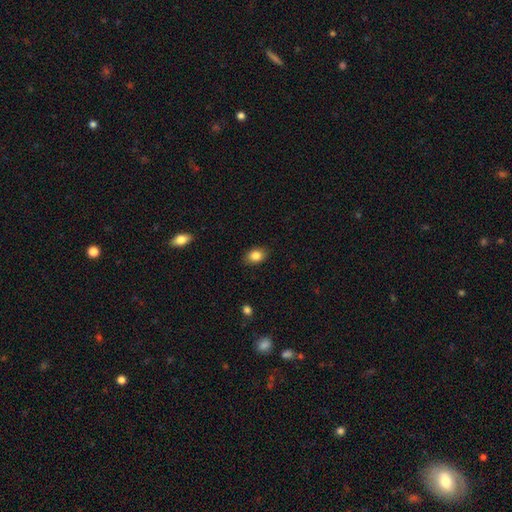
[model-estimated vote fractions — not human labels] Overall: smooth (85%). How rounded: in between (73%). Merging: none (87%).